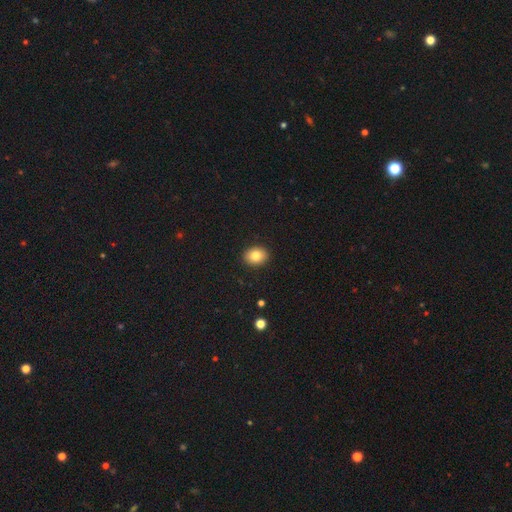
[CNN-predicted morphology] Overall: smooth (83%). How rounded: in between (55%; round 44%). Merging: none (91%).